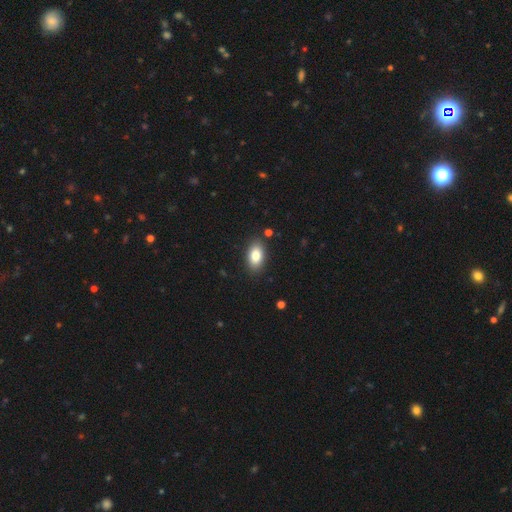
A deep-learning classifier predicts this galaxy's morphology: Smooth or featured? smooth (83%)
How rounded? in between (92%)
Merging? none (87%)